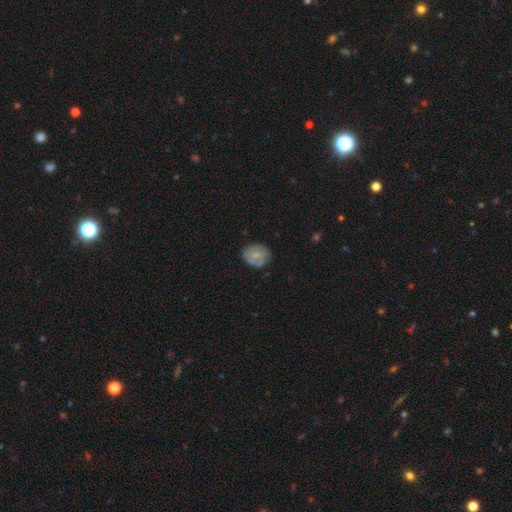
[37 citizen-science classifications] Smooth or featured: smooth — 54% (featured or disk — 41%)
How rounded: round — 60% (in between — 40%)
Merging: none — 71% (minor disturbance — 14%)